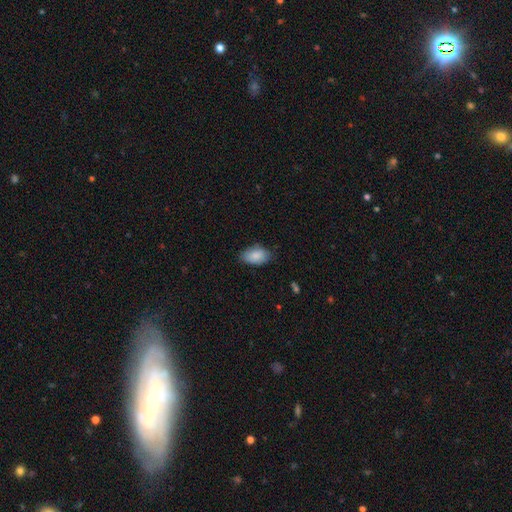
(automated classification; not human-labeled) This appears to be a smooth galaxy with no disk features (87%) that is in between round and cigar-shaped (94%). Merging: none (78%).